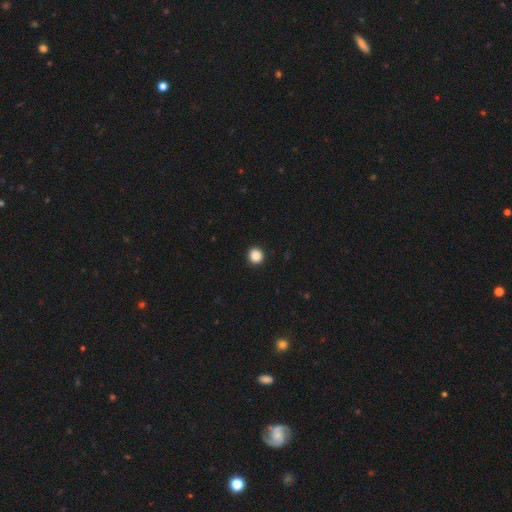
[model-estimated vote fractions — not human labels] Smooth or featured? Predicted: smooth (p=0.87). How rounded? Predicted: round (p=0.92). Merging? Predicted: none (p=0.93).